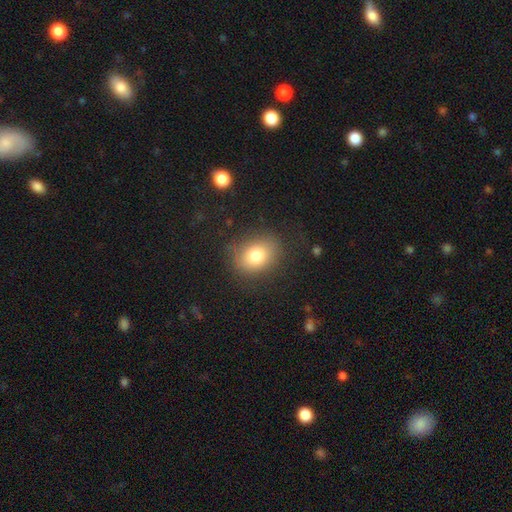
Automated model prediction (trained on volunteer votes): A smooth galaxy with no disk features (79%) that is in between round and cigar-shaped (53%).

Vote fractions:
- Smooth or featured? smooth: 79% / star or artifact: 11% / featured or disk: 11%
- How rounded? in between: 53% / round: 46% / cigar-shaped: 1%
- Merging? none: 80% / minor disturbance: 13% / major disturbance: 6% / merger: 1%